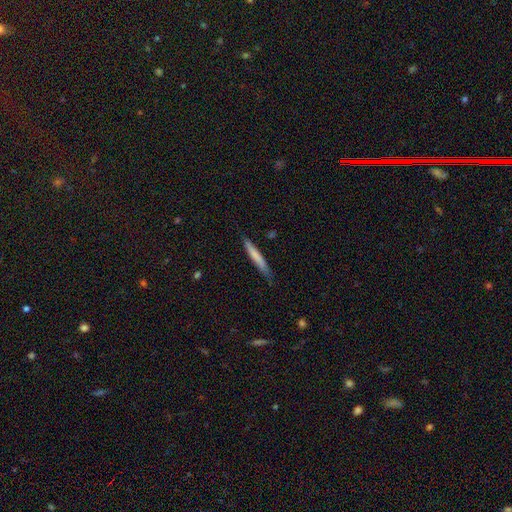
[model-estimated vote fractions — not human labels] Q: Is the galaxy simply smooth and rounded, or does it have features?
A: smooth — 71%.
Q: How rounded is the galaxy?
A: cigar-shaped — 95%.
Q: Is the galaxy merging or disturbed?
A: none — 78%.